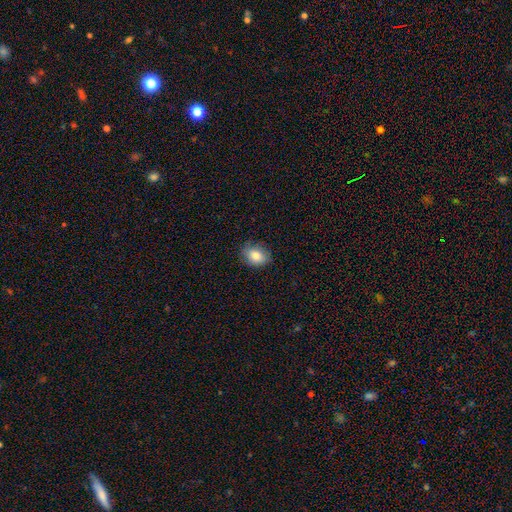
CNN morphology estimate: This is clearly a smooth galaxy (81%). How rounded: likely in between (60%). Merging: likely none (80%).